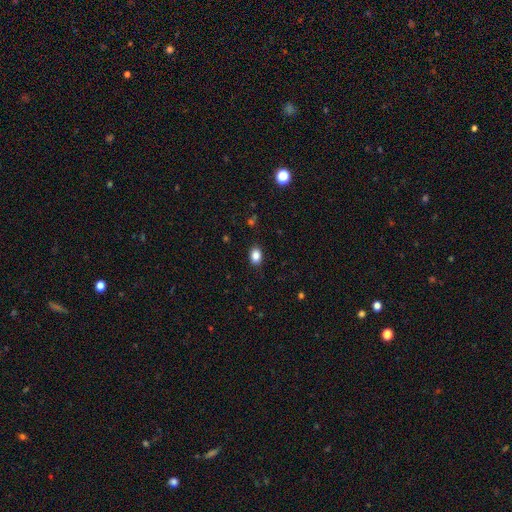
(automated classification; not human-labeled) A smooth galaxy with no disk features (86%) that is in between round and cigar-shaped (80%). Merging: none (88%).